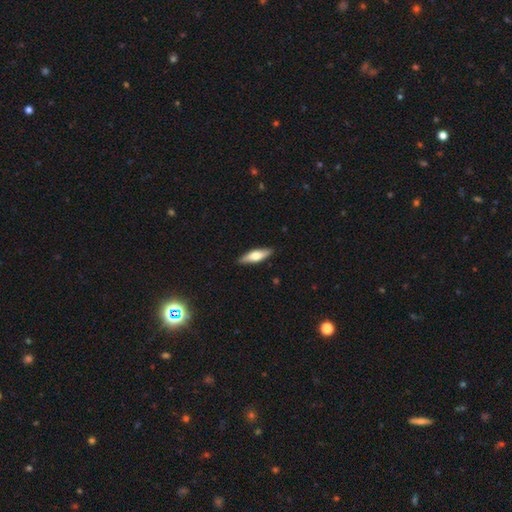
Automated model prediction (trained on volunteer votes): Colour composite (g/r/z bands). It shows a smooth galaxy with no disk features (54%) that is cigar-shaped (57%). Merging: none (89%).